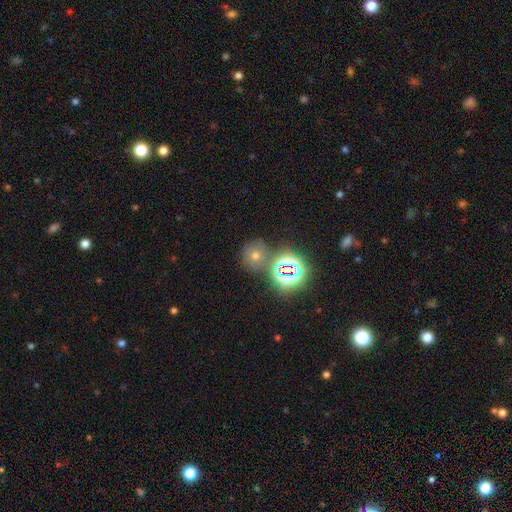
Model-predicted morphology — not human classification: This appears to be a star or artifact, not a galaxy (46%).